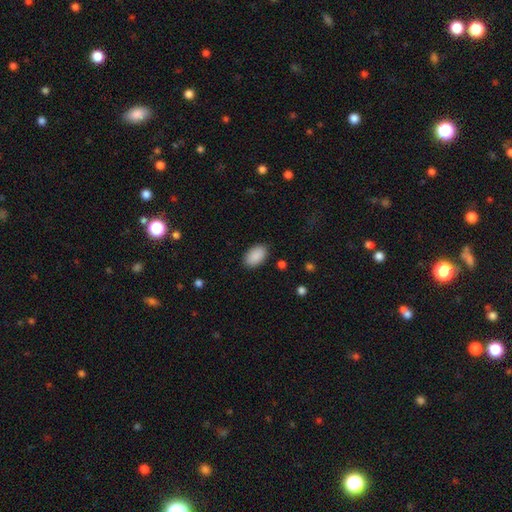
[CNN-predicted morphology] Smooth or featured? Predicted: smooth (p=0.90). How rounded? Predicted: in between (p=0.93). Merging? Predicted: none (p=0.88).